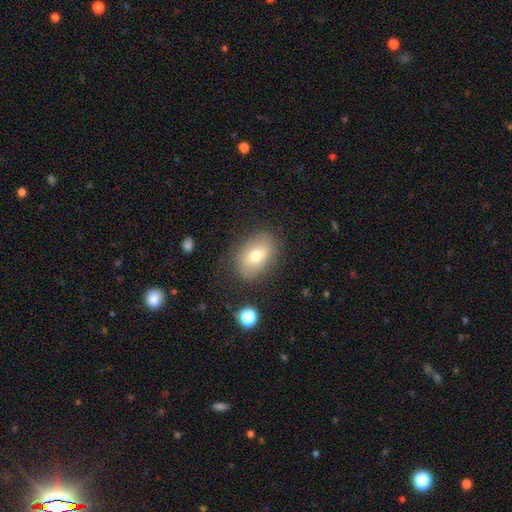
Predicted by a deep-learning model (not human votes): smooth-or-featured: smooth: 67% | featured or disk: 24% | star or artifact: 10%
  how-rounded: in between: 80% | round: 18% | cigar-shaped: 2%
  merging: none: 78% | minor disturbance: 15% | major disturbance: 5% | merger: 2%